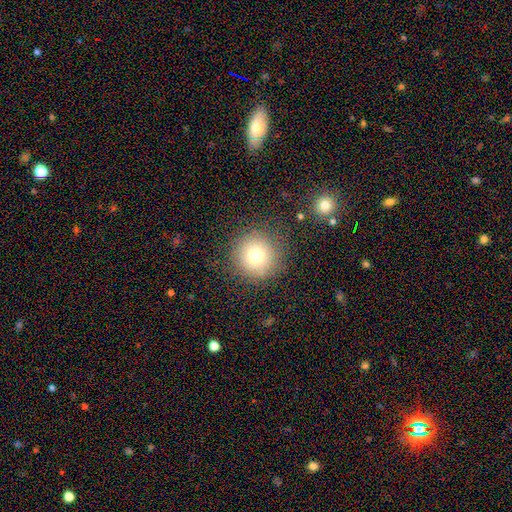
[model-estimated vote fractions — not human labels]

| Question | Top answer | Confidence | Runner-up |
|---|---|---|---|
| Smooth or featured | smooth | 72% | star or artifact (15%) |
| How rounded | round | 95% | in between (4%) |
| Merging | none | 86% | minor disturbance (8%) |